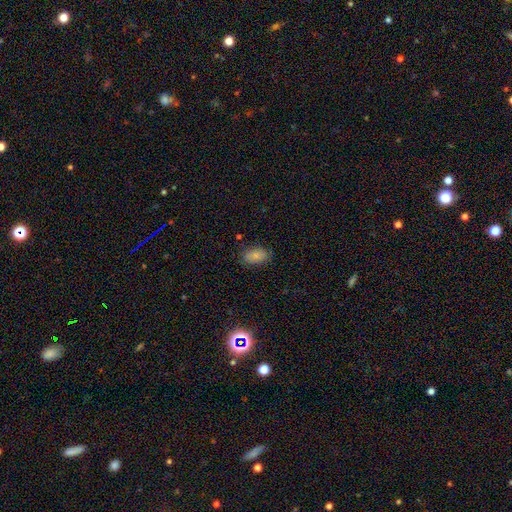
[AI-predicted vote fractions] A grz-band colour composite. It shows a smooth galaxy with no disk features (83%) that is in between round and cigar-shaped (91%). Merging: none (81%).